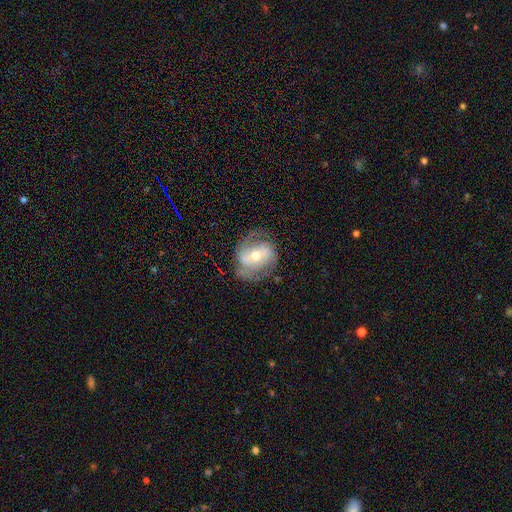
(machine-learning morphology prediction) This appears to be a featured or disk galaxy (76%) with a weak bar (39%), 2 (75%) medium (45%) spiral arms (86%) and a moderate central bulge (60%). Merging: none (67%).